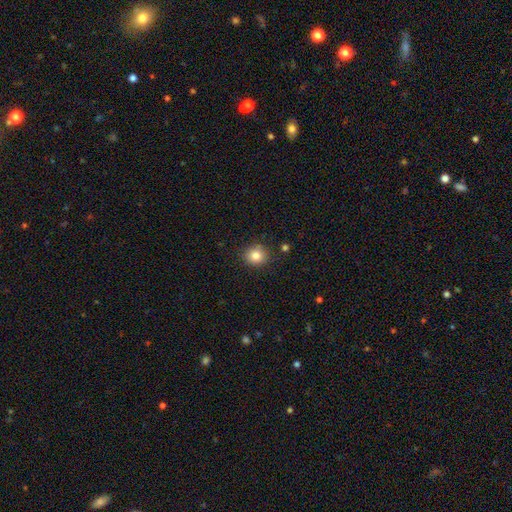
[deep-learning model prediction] Smooth or featured: smooth — 83% (star or artifact — 11%)
How rounded: round — 82% (in between — 17%)
Merging: none — 87% (minor disturbance — 9%)